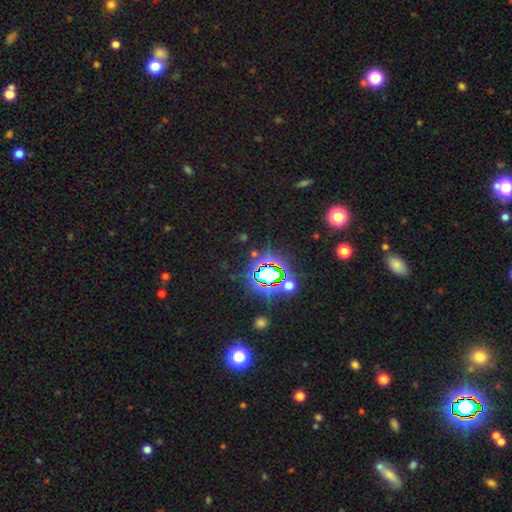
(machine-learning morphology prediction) The model was most divided on "smooth or featured": star or artifact: 77%, smooth: 15%, featured or disk: 8%.